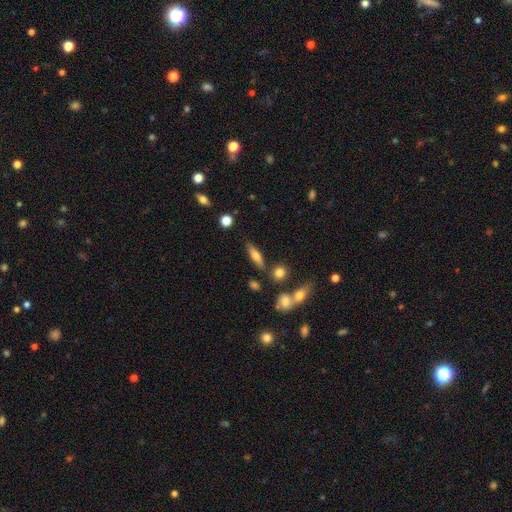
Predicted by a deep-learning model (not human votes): smooth_or_featured: smooth (p=0.59) [alt: featured or disk p=0.32]
how_rounded: cigar-shaped (p=0.60) [alt: in between p=0.36]
merging: none (p=0.78) [alt: minor disturbance p=0.11]